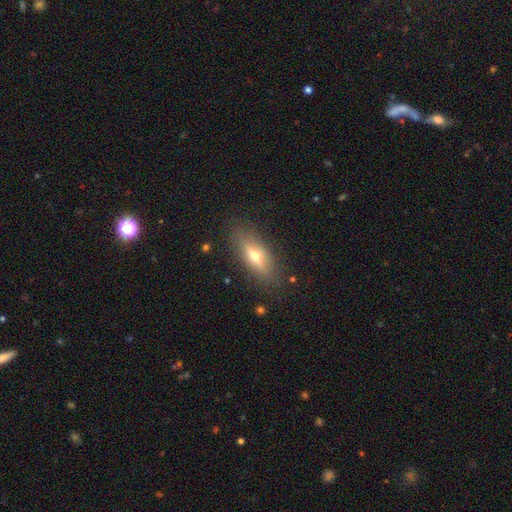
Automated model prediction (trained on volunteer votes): The model was most divided on "smooth or featured": smooth: 46%, featured or disk: 45%, star or artifact: 9%. More confident: merging — none (84%).